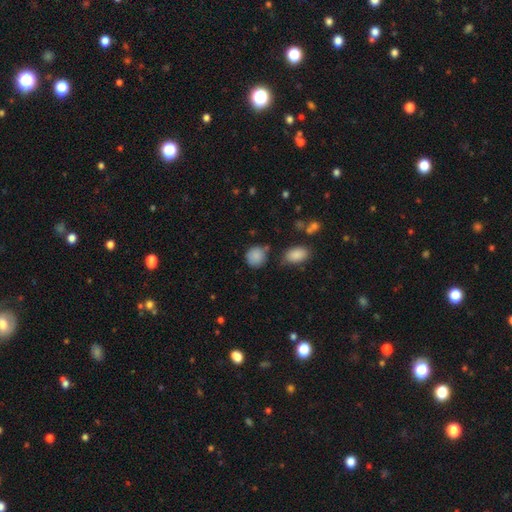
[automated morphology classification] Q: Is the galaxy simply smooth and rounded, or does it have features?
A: smooth — 85%.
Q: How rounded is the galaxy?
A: round — 82%.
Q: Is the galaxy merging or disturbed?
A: none — 69%.